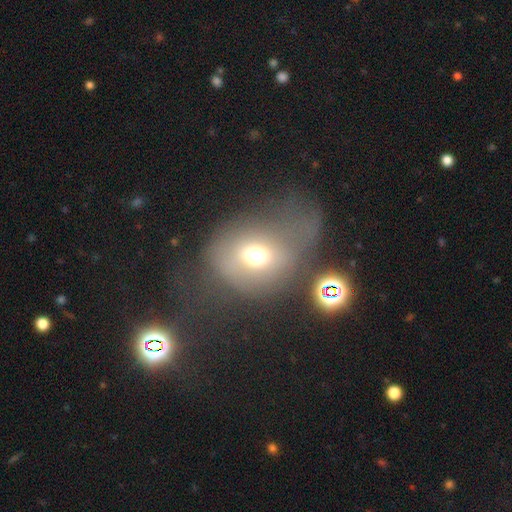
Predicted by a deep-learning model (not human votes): Smooth or featured: smooth — 62% (featured or disk — 24%)
How rounded: round — 57% (in between — 41%)
Merging: major disturbance — 43% (none — 28%)